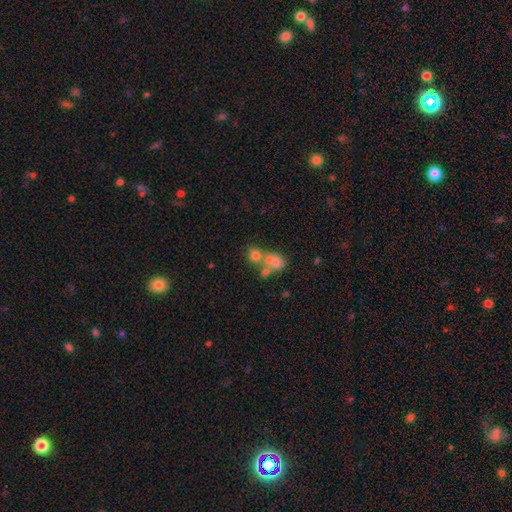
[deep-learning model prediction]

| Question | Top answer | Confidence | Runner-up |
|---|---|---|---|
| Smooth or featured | smooth | 65% | featured or disk (21%) |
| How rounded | round | 66% | in between (33%) |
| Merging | merger | 55% | none (32%) |